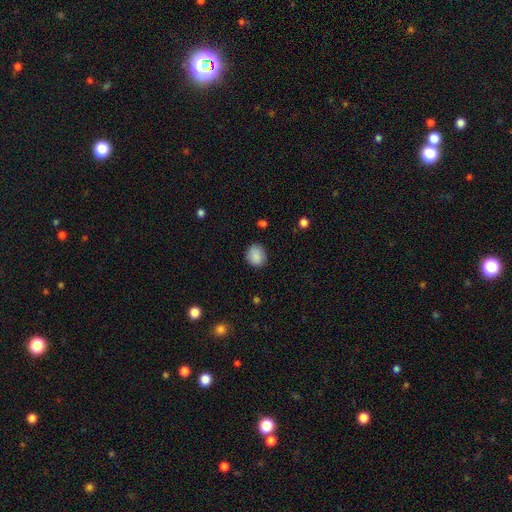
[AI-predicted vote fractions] Morphology: type=smooth (88%); roundness=round (68%); merging=none (84%).